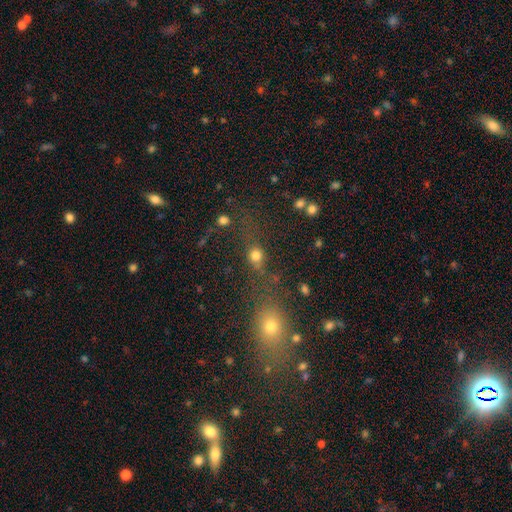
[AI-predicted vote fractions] Smooth or featured? smooth (73%)
How rounded? round (75%)
Merging? none (56%)